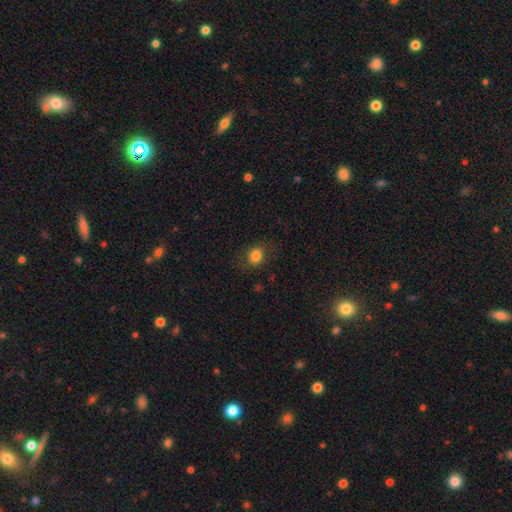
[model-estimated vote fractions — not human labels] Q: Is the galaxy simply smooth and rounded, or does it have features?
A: smooth — 82%.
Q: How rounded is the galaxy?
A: round — 62%.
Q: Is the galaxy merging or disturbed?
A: none — 78%.